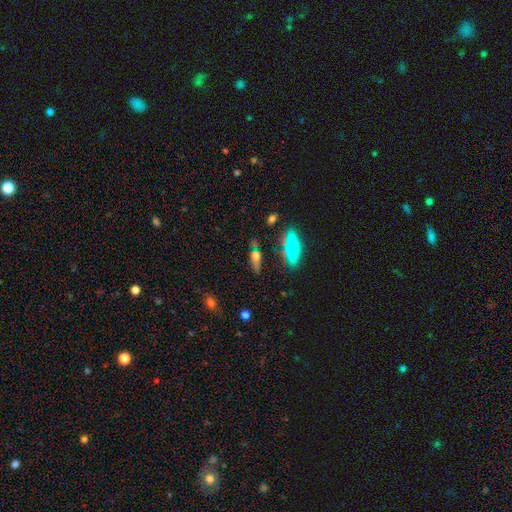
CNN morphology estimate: smooth 60%, featured or disk 27%, star or artifact 13%. Down the decision tree: how rounded — in between (55%); merging — none (57%).